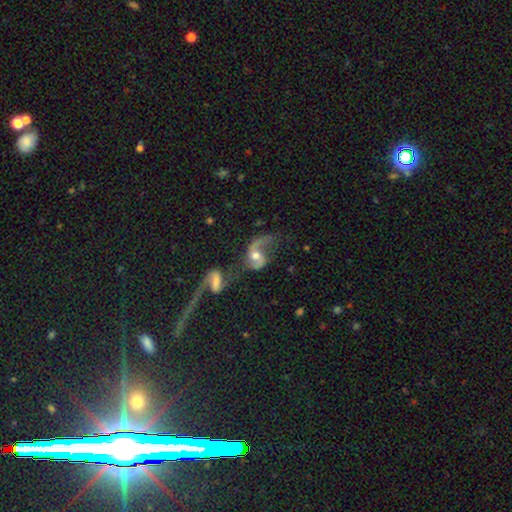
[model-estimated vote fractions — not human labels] Morphology: type=featured or disk (80%); edge-on=no (97%); bar=no (52%); spiral arms=yes (90%); winding=loose (71%); arm count=2 (76%); bulge=moderate (65%); merging=merger (44%).